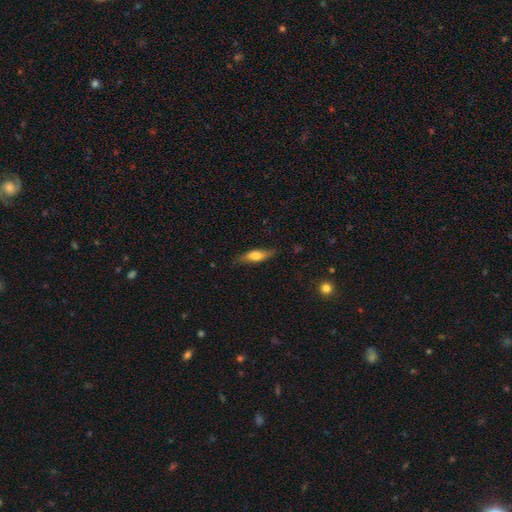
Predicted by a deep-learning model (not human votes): smooth_or_featured: smooth (p=0.58) [alt: featured or disk p=0.35]
how_rounded: cigar-shaped (p=0.49) [alt: in between p=0.48]
merging: none (p=0.75) [alt: minor disturbance p=0.19]